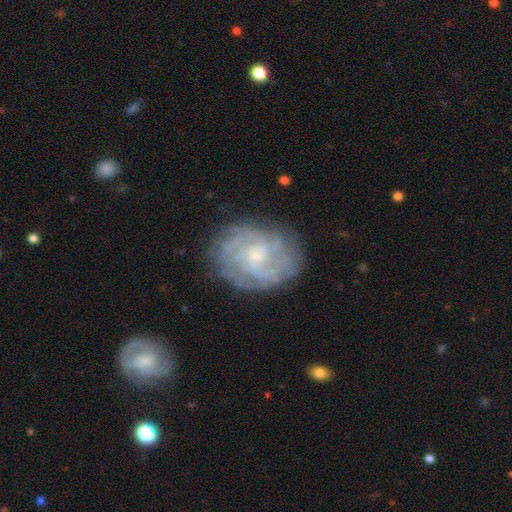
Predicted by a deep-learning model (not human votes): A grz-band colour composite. It shows a featured or disk galaxy (84%) with no bar (62%), tight (61%) spiral arms (95%) and a small central bulge (76%). Merging: none (77%).